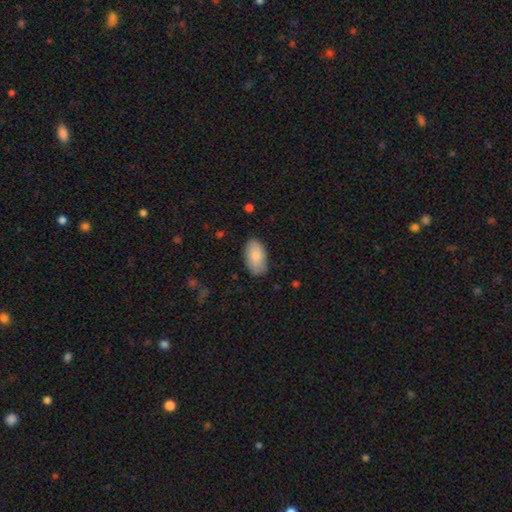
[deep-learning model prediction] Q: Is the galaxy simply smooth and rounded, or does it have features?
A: smooth — 85%.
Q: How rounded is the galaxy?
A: in between — 95%.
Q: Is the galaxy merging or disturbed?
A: none — 81%.